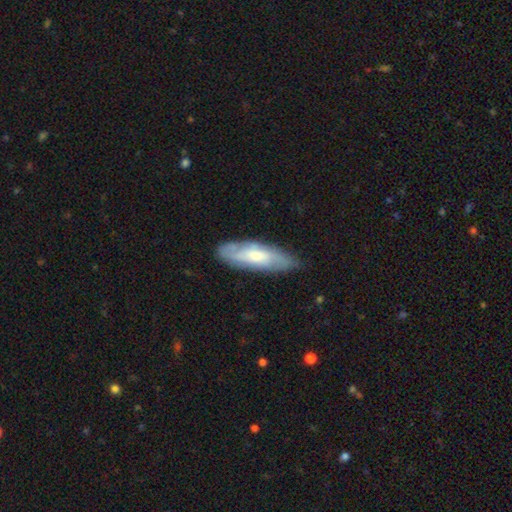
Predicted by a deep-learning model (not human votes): smooth-or-featured: smooth: 47% (tied) | featured or disk: 47% (tied) | star or artifact: 6%
  merging: none: 76% | minor disturbance: 19% | major disturbance: 4% | merger: 1%